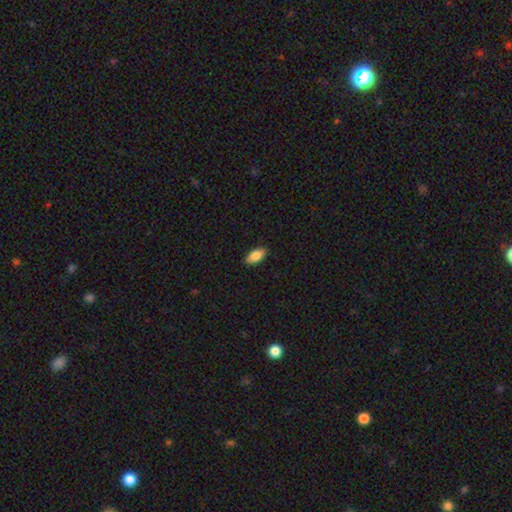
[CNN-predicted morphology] The model was most divided on "smooth or featured": smooth: 85%, featured or disk: 8%, star or artifact: 7%. More confident: how rounded — in between (91%); merging — none (89%).